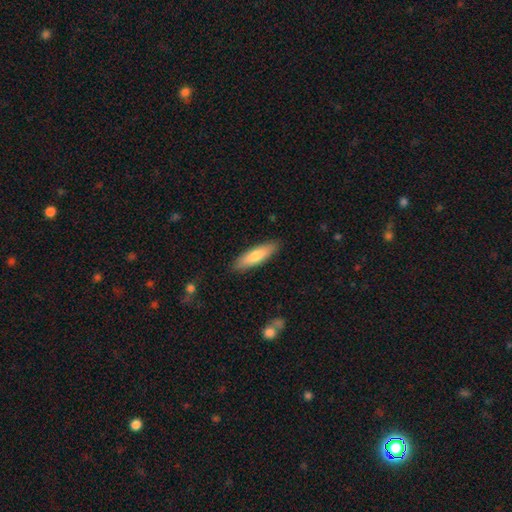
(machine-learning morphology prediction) Smooth or featured? smooth (73%)
How rounded? cigar-shaped (65%)
Merging? none (89%)